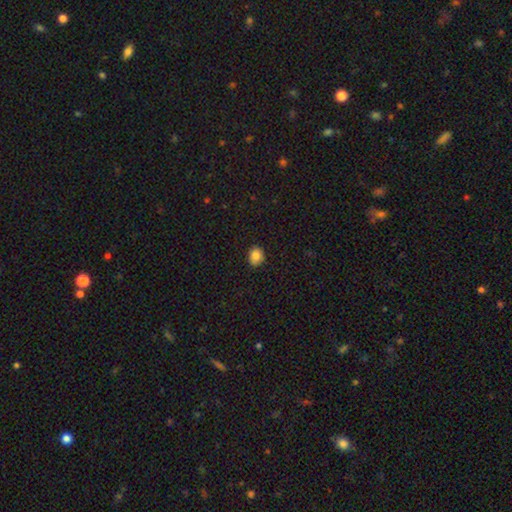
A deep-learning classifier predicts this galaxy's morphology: smooth 85%, star or artifact 10%, featured or disk 5%. Down the decision tree: how rounded — round (53%); merging — none (85%).